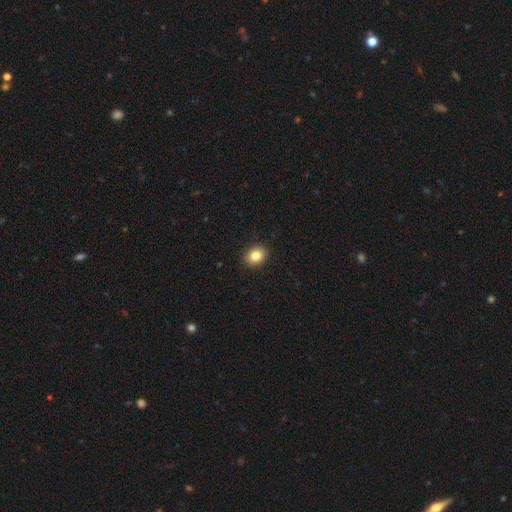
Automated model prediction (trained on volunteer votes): Smooth or featured? Predicted: smooth (p=0.85). How rounded? Predicted: in between (p=0.52). Merging? Predicted: none (p=0.91).